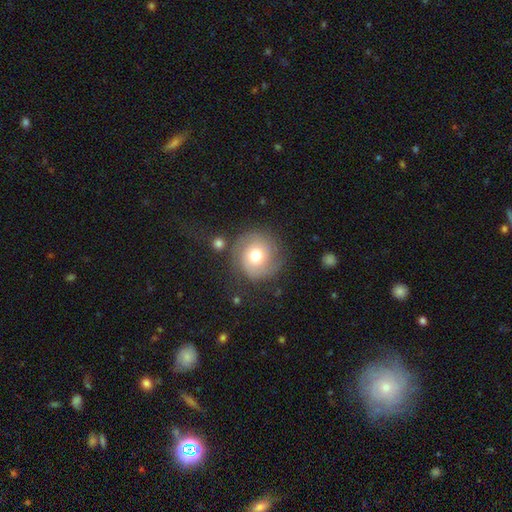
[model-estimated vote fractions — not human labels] Q: Smooth or featured?
A: smooth (47%); runner-up: featured or disk (44%)
Q: Merging?
A: none (72%); runner-up: minor disturbance (15%)